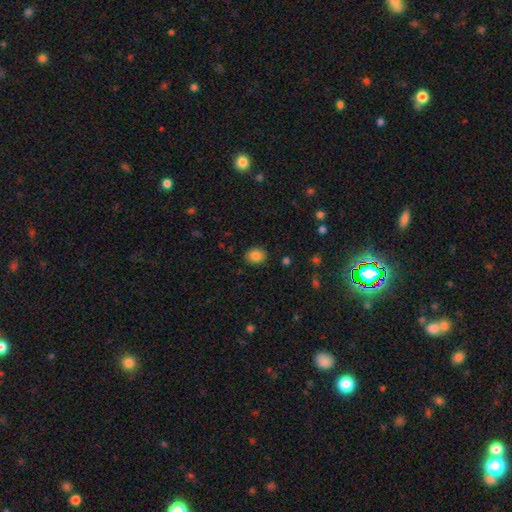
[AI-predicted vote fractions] smooth-or-featured: smooth: 85% | star or artifact: 9% | featured or disk: 6%
  how-rounded: round: 50% | in between: 49% | cigar-shaped: 1%
  merging: none: 87% | minor disturbance: 9% | major disturbance: 2% | merger: 1%